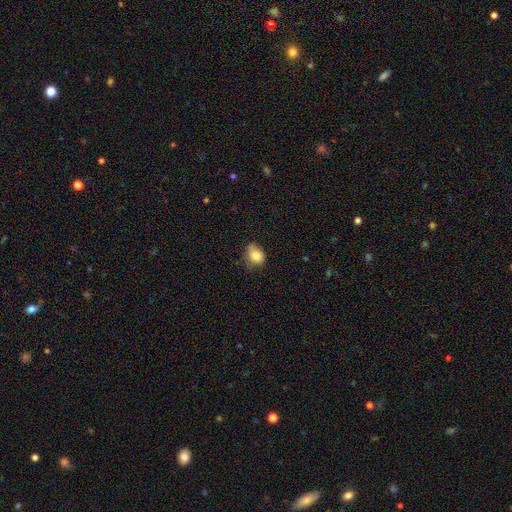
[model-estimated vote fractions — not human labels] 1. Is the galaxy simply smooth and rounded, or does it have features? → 81% smooth, 10% featured or disk, 9% star or artifact.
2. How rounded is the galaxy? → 54% in between, 45% round, 1% cigar-shaped.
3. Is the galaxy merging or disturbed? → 51% none, 36% minor disturbance, 10% major disturbance, 2% merger.